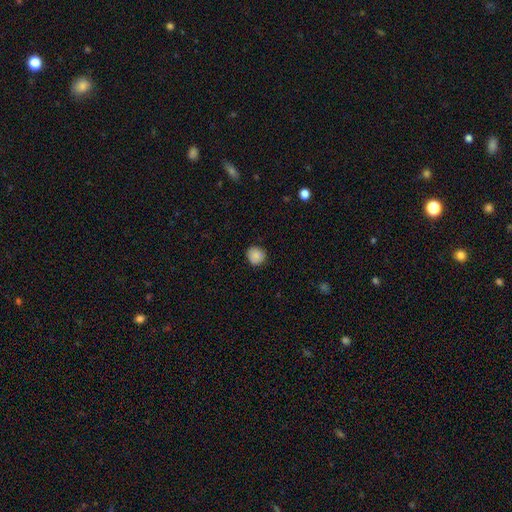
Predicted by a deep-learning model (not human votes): This is clearly a smooth galaxy (87%). How rounded: clearly round (89%). Merging: clearly none (86%).